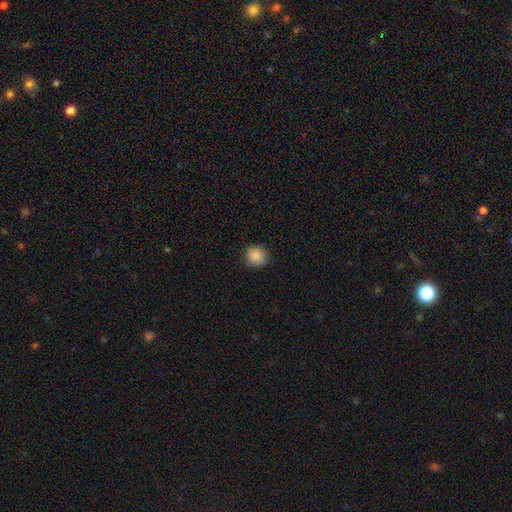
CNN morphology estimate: This appears to be a smooth galaxy with no disk features (88%) that is round (87%). Merging: none (87%).